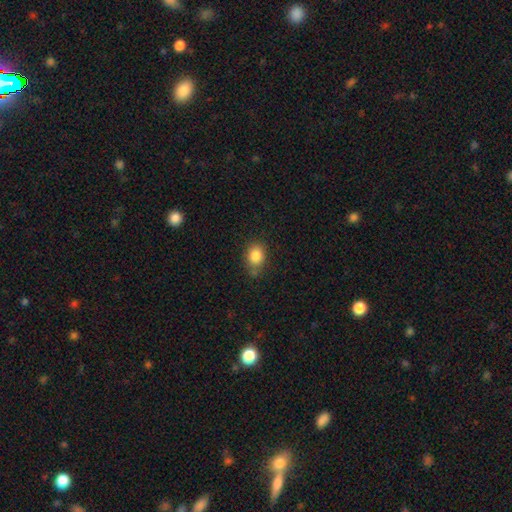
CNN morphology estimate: Smooth or featured: smooth — 85% (star or artifact — 9%)
How rounded: in between — 58% (round — 41%)
Merging: none — 71% (minor disturbance — 20%)